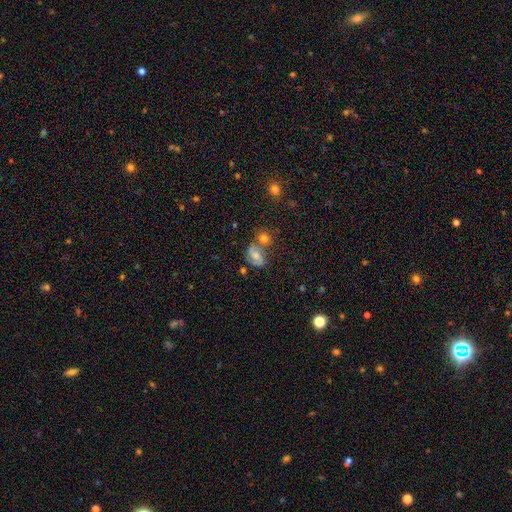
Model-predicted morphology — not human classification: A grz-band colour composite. It shows a featured or disk galaxy (61%) with a weak bar (45%), 2 (83%) medium (51%) spiral arms (87%) and a moderate central bulge (46%). Merging: none (44%).